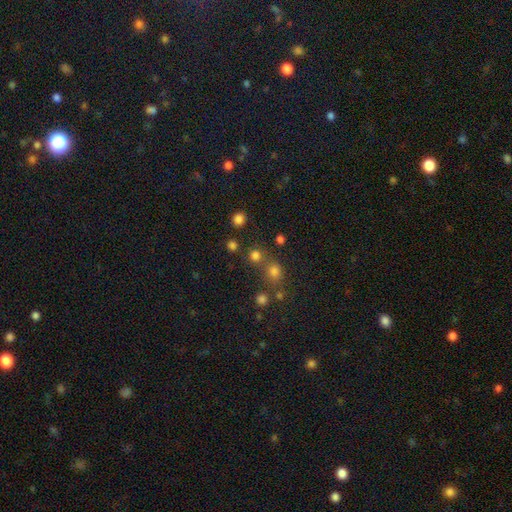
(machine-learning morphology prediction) Smooth or featured: smooth — 69% (star or artifact — 24%)
How rounded: round — 88% (in between — 11%)
Merging: none — 67% (merger — 22%)